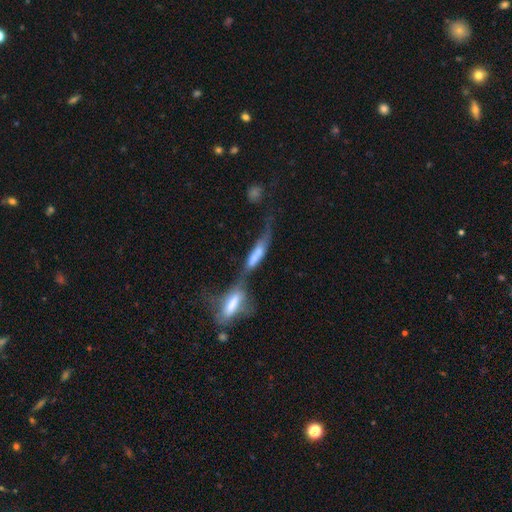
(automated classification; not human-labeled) Overall: smooth (50%; featured or disk 41%). How rounded: cigar-shaped (65%; in between 32%). Merging: merger (71%).